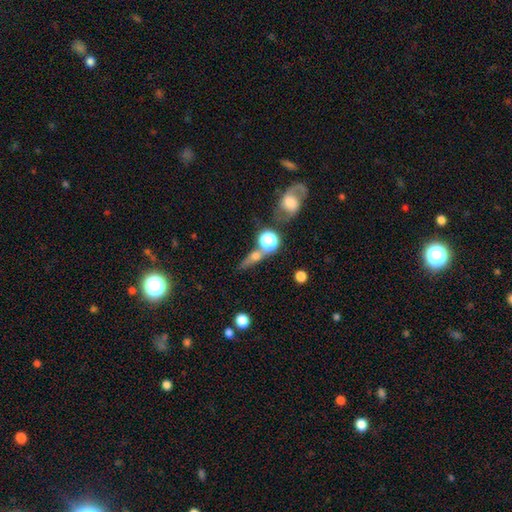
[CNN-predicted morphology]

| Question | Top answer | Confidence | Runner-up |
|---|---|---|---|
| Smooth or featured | smooth | 44% | featured or disk (34%) |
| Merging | none | 56% | merger (19%) |